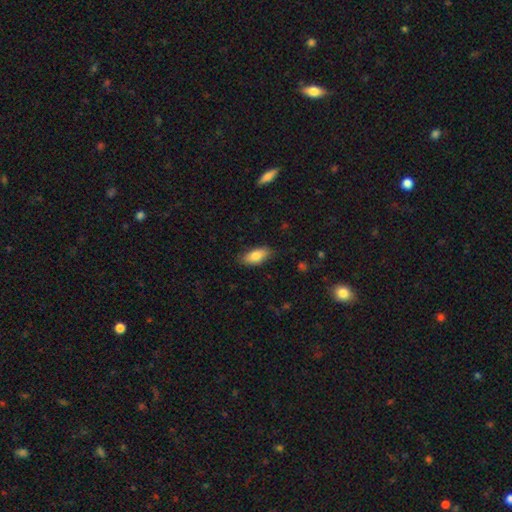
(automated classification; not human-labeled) Smooth or featured: smooth — 82% (featured or disk — 12%)
How rounded: in between — 87% (cigar-shaped — 10%)
Merging: none — 82% (minor disturbance — 14%)